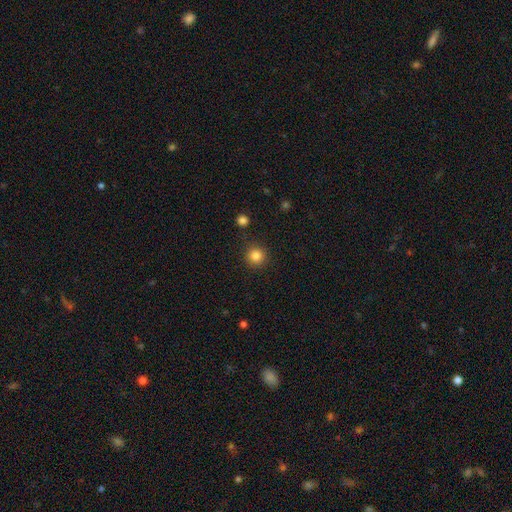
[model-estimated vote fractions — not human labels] This appears to be a smooth galaxy with no disk features (84%) that is round (95%). Merging: none (89%).